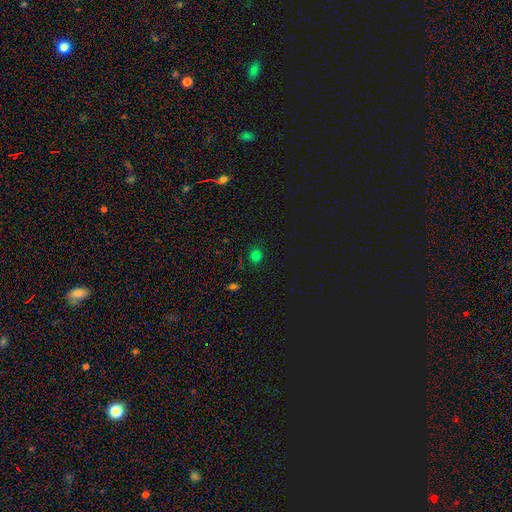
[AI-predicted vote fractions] This is likely a smooth galaxy (75%). How rounded: clearly round (85%). Merging: clearly none (86%).